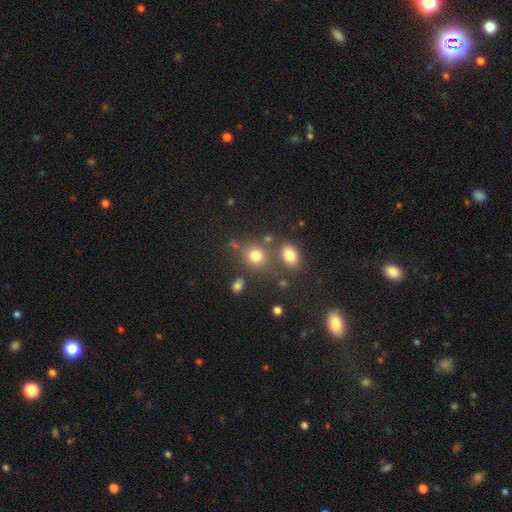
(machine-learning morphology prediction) type=smooth (76%); roundness=round (73%); merging=none (67%).